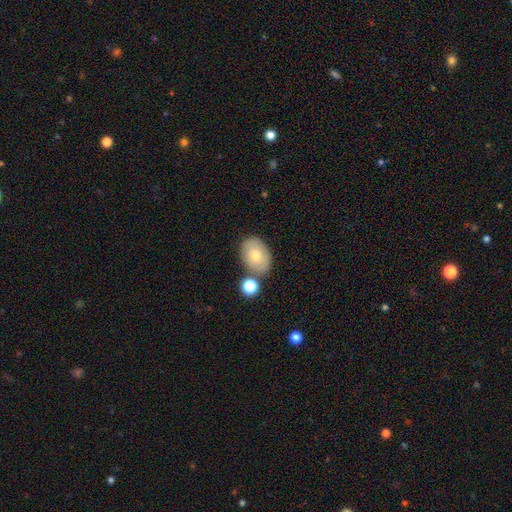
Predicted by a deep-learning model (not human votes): smooth-or-featured: smooth: 73% | featured or disk: 19% | star or artifact: 8%
  how-rounded: in between: 79% | round: 20% | cigar-shaped: 1%
  merging: none: 71% | minor disturbance: 15% | merger: 10% | major disturbance: 4%